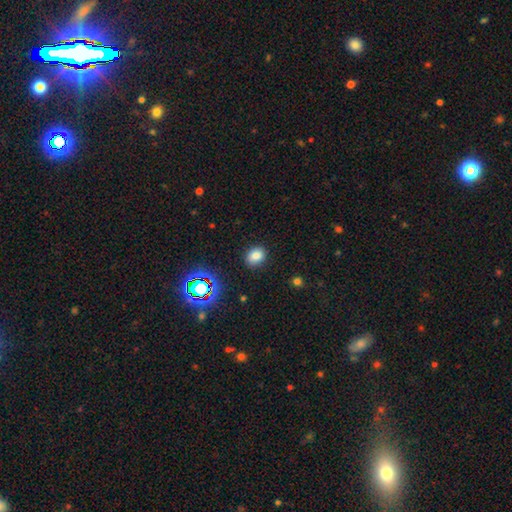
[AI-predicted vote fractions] Smooth or featured? Predicted: smooth (p=0.79). How rounded? Predicted: round (p=0.54). Merging? Predicted: none (p=0.88).